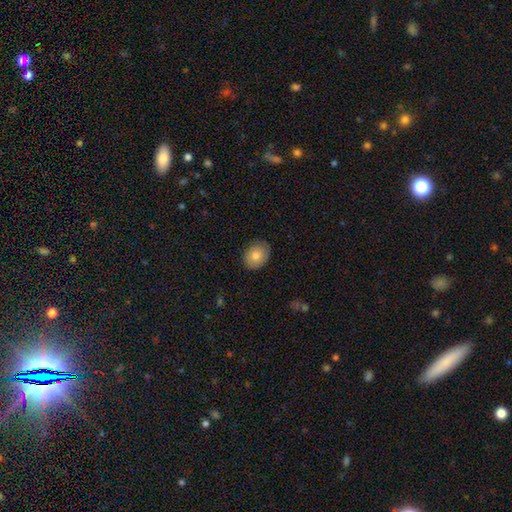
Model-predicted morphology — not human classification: Smooth or featured?
  - smooth: 80% *
  - featured or disk: 12%
  - star or artifact: 8%
How rounded?
  - in between: 57% *
  - round: 42%
  - cigar-shaped: 1%
Merging?
  - none: 87% *
  - minor disturbance: 10%
  - major disturbance: 2%
  - merger: 1%